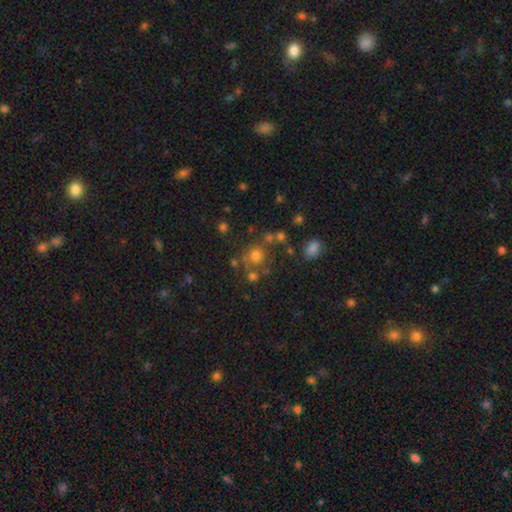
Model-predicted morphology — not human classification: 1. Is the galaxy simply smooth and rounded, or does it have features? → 68% smooth, 20% star or artifact, 12% featured or disk.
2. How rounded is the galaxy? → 85% round, 14% in between, 1% cigar-shaped.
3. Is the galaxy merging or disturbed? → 64% none, 17% merger, 12% minor disturbance, 7% major disturbance.